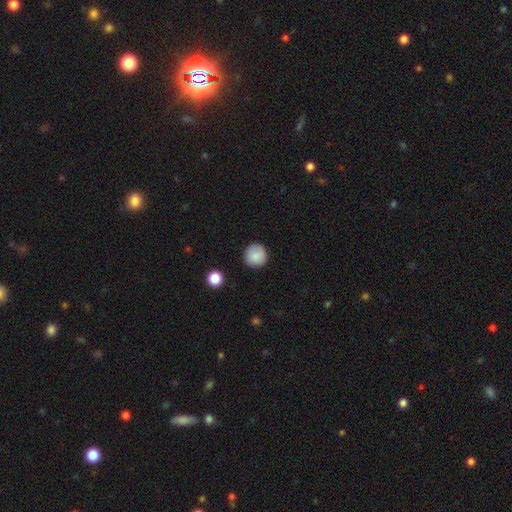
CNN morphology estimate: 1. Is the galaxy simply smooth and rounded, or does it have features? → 86% smooth, 8% star or artifact, 6% featured or disk.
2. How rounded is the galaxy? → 95% round, 4% in between, 1% cigar-shaped.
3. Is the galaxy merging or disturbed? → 89% none, 8% minor disturbance, 2% major disturbance, 1% merger.